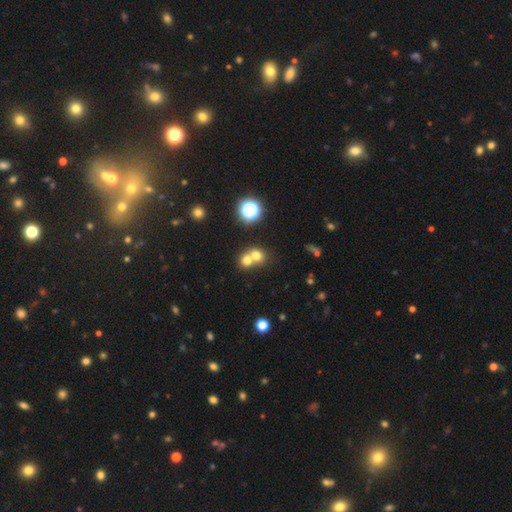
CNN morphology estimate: Overall: smooth (70%). How rounded: round (75%). Merging: merger (57%; none 36%).